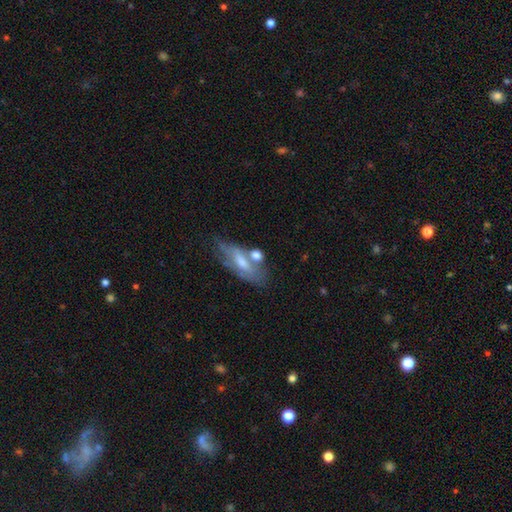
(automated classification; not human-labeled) smooth 55%, featured or disk 37%, star or artifact 8%. Down the decision tree: how rounded — in between (65%); merging — none (40%).